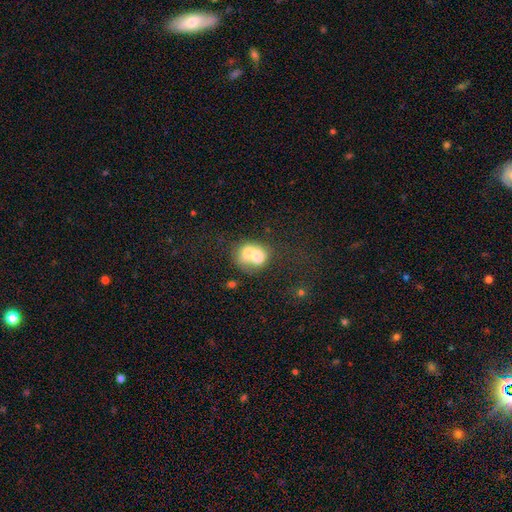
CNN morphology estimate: Q: Smooth or featured?
A: smooth (62%); runner-up: featured or disk (29%)
Q: How rounded?
A: round (56%); runner-up: in between (43%)
Q: Merging?
A: merger (69%); runner-up: none (18%)